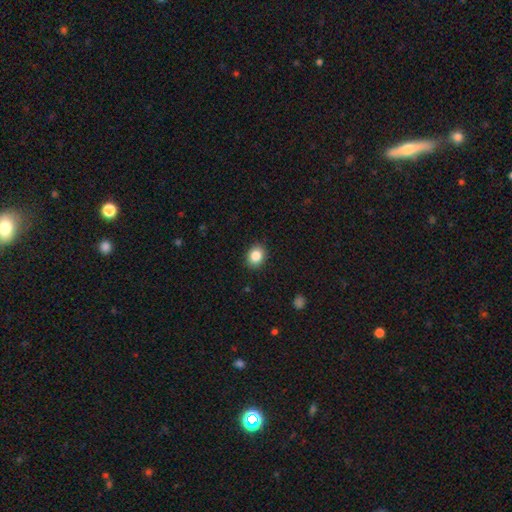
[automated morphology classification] Smooth or featured?
  - smooth: 85% *
  - star or artifact: 10%
  - featured or disk: 5%
How rounded?
  - round: 55% *
  - in between: 44%
  - cigar-shaped: 1%
Merging?
  - none: 89% *
  - minor disturbance: 8%
  - major disturbance: 2%
  - merger: 1%